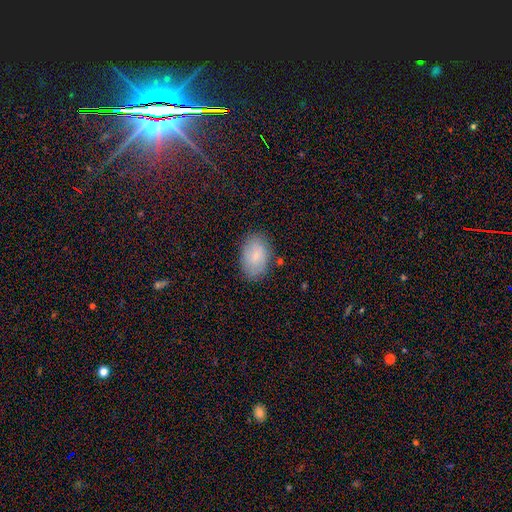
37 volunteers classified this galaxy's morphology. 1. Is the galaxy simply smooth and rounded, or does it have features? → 81% smooth, 19% featured or disk, 0% star or artifact.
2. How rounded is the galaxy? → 87% in between, 13% round, 0% cigar-shaped.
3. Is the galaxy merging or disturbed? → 81% none, 14% minor disturbance, 3% major disturbance, 3% merger.